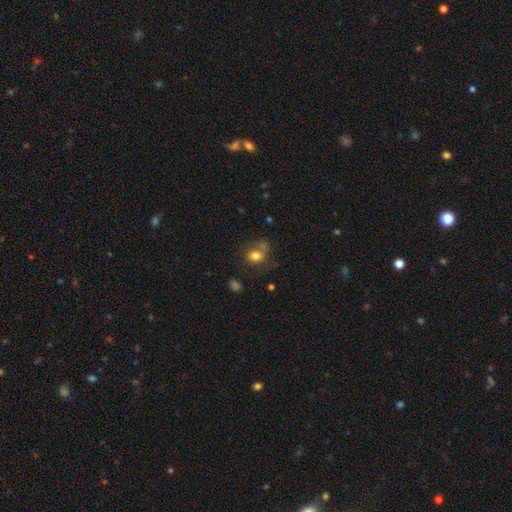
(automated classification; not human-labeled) Overall: smooth (76%). How rounded: round (51%; in between 48%). Merging: none (45%; minor disturbance 22%).